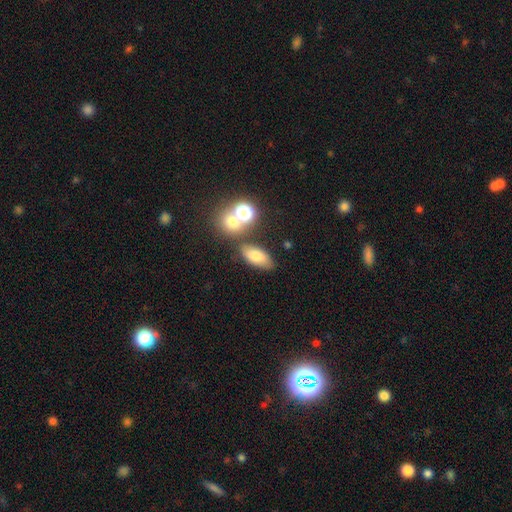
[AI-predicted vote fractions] smooth-or-featured: smooth: 75% | featured or disk: 13% | star or artifact: 12%
  how-rounded: in between: 81% | round: 10% | cigar-shaped: 9%
  merging: none: 70% | minor disturbance: 13% | merger: 12% | major disturbance: 5%